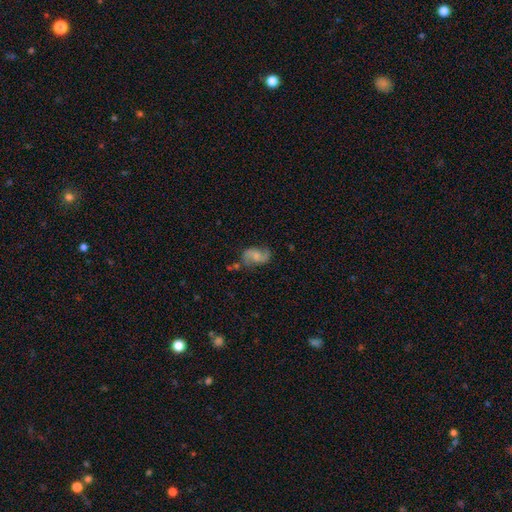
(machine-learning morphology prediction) This appears to be a featured or disk galaxy (72%) with no bar (57%), 2 (91%) loose (53%) spiral arms (94%) and a small central bulge (46%). Merging: none (68%).